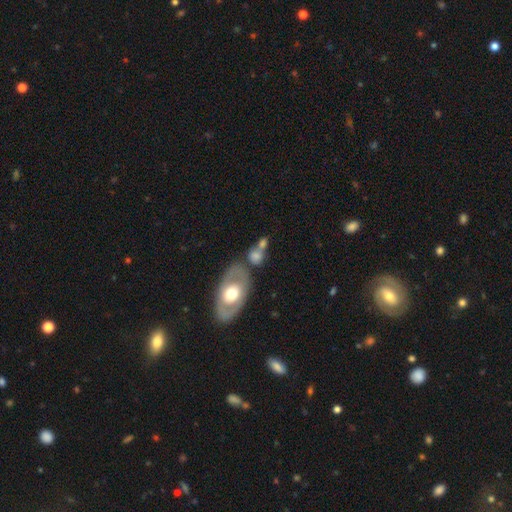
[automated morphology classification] The model was most divided on "smooth or featured": smooth: 51%, featured or disk: 41%, star or artifact: 9%. More confident: how rounded — in between (69%); merging — none (52%).